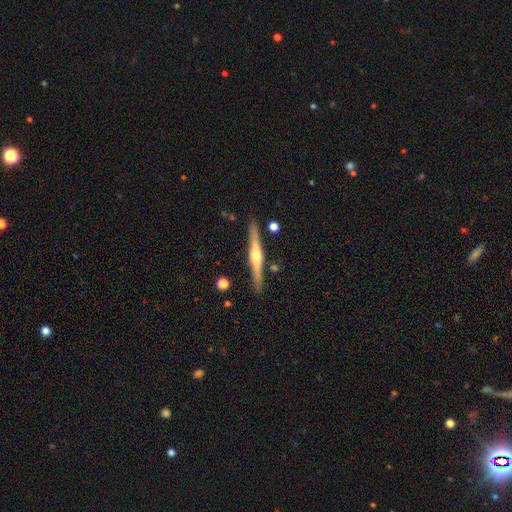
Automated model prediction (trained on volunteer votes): Smooth or featured? Predicted: featured or disk (p=0.78). Edge-on disk? Predicted: yes (p=0.98). Edge-on bulge? Predicted: rounded (p=0.92). Merging? Predicted: none (p=0.89).